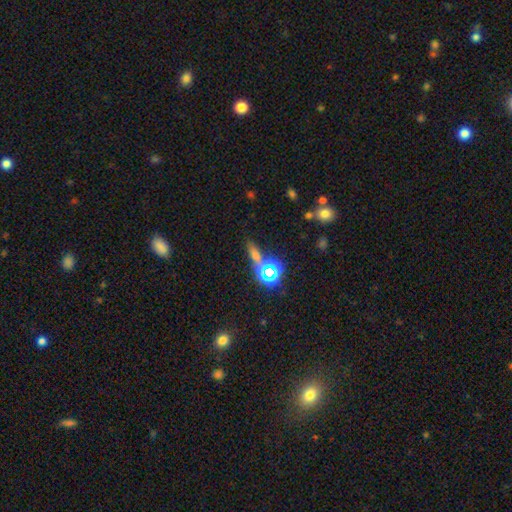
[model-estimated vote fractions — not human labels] Smooth or featured? Predicted: smooth (p=0.44). Merging? Predicted: none (p=0.64).